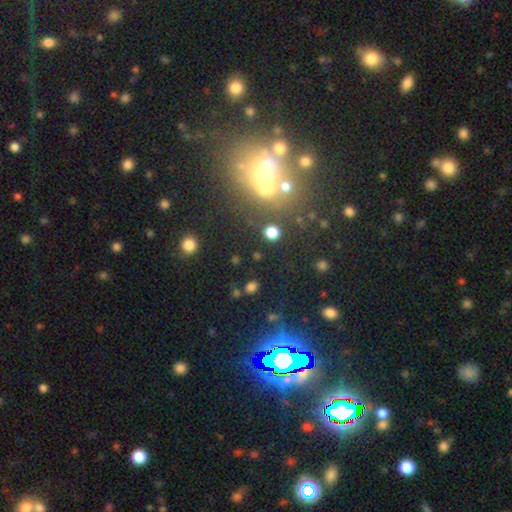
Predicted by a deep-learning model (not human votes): smooth_or_featured: star or artifact (p=0.61) [alt: smooth p=0.22]